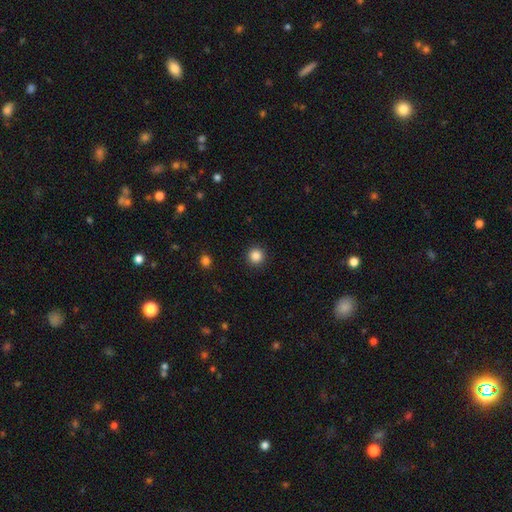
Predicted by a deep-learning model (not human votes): Smooth or featured? Predicted: smooth (p=0.86). How rounded? Predicted: round (p=0.95). Merging? Predicted: none (p=0.92).